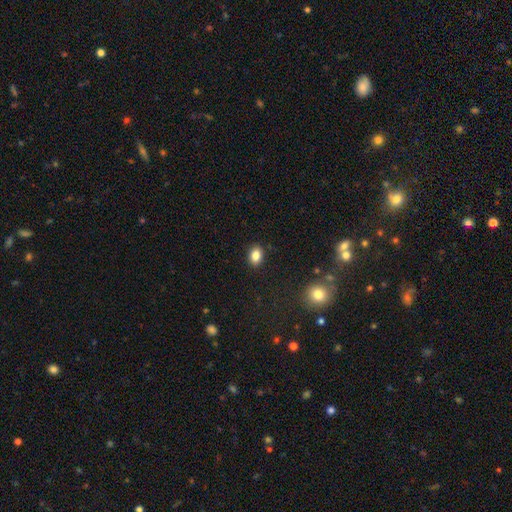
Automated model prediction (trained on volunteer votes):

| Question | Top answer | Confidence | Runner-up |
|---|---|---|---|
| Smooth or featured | smooth | 84% | star or artifact (10%) |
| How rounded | in between | 72% | round (27%) |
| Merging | none | 89% | minor disturbance (8%) |